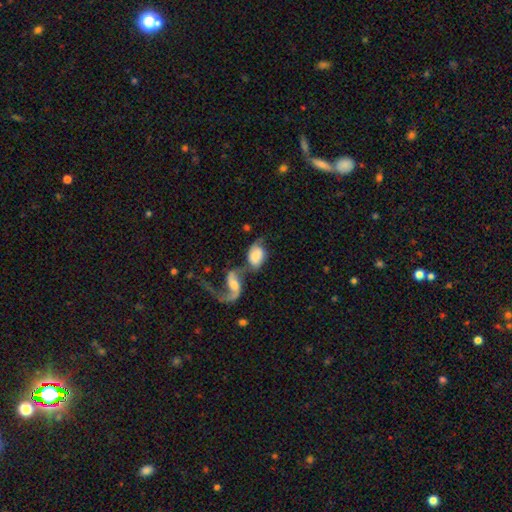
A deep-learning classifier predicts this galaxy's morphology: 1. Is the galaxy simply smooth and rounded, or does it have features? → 56% smooth, 37% featured or disk, 7% star or artifact.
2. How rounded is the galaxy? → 84% in between, 14% round, 2% cigar-shaped.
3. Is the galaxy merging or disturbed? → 60% merger, 17% none, 14% major disturbance, 10% minor disturbance.